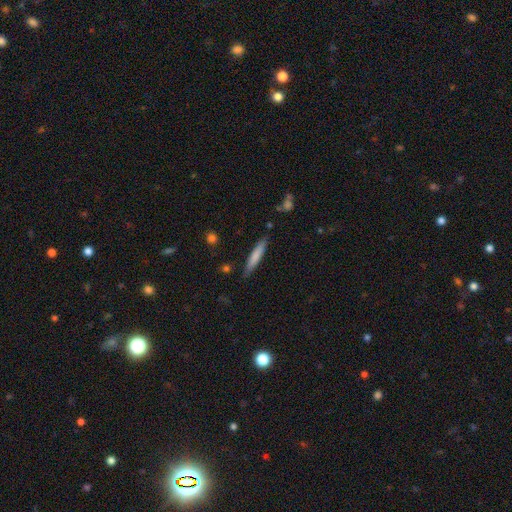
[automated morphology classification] Smooth or featured? smooth (75%)
How rounded? cigar-shaped (91%)
Merging? none (84%)